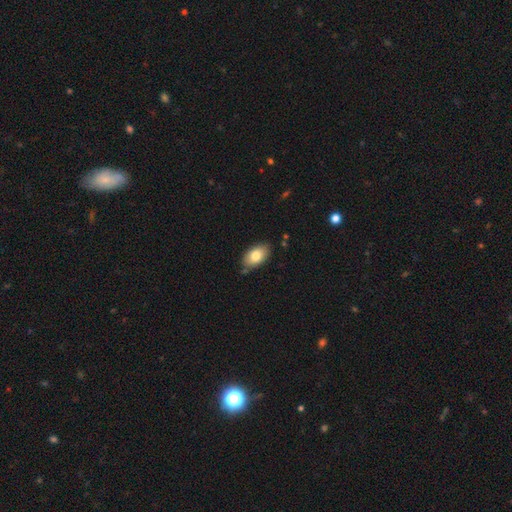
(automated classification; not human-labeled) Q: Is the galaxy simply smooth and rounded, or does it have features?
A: smooth — 80%.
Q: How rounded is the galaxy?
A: in between — 93%.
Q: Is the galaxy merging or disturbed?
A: none — 79%.